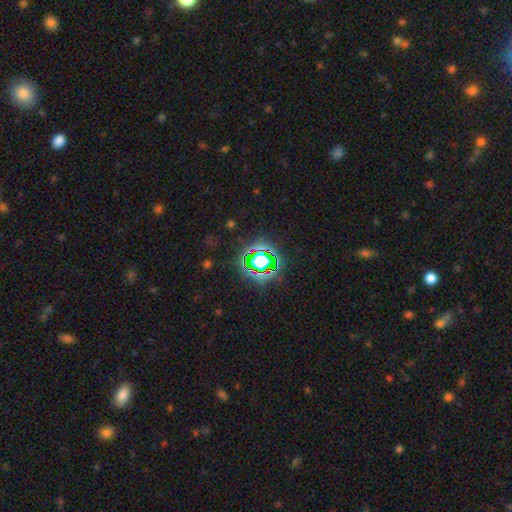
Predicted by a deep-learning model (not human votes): smooth-or-featured: star or artifact: 73% | smooth: 16% | featured or disk: 10%